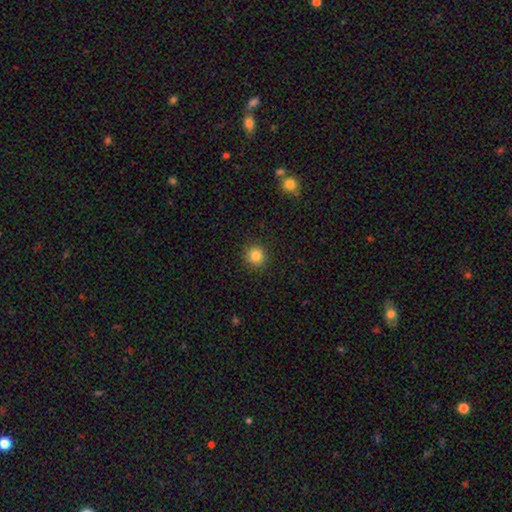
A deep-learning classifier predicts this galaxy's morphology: A smooth galaxy with no disk features (84%) that is round (93%).

Vote fractions:
- Smooth or featured? smooth: 84% / star or artifact: 11% / featured or disk: 5%
- How rounded? round: 93% / in between: 6% / cigar-shaped: 1%
- Merging? none: 91% / minor disturbance: 6% / major disturbance: 2% / merger: 1%